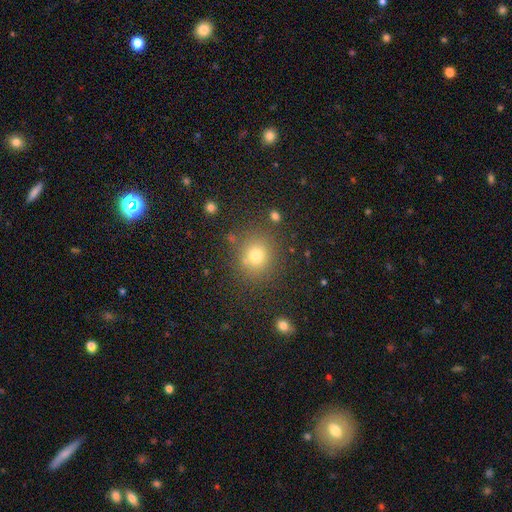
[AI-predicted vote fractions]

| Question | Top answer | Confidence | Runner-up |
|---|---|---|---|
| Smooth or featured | smooth | 76% | star or artifact (16%) |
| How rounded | round | 84% | in between (15%) |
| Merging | none | 82% | minor disturbance (10%) |